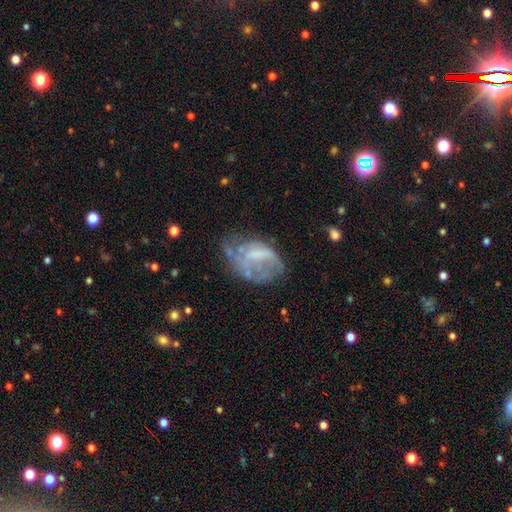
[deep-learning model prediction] Smooth or featured? featured or disk (58%)
Edge-on disk? no (97%)
Bar? no (60%)
Spiral arms? no (63%)
Bulge size? none (58%)
Merging? none (36%)